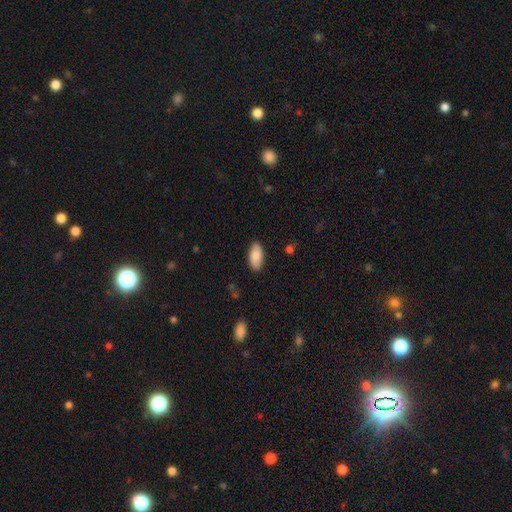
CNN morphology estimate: Smooth or featured: smooth — 86% (featured or disk — 8%)
How rounded: in between — 92% (cigar-shaped — 6%)
Merging: none — 87% (minor disturbance — 10%)